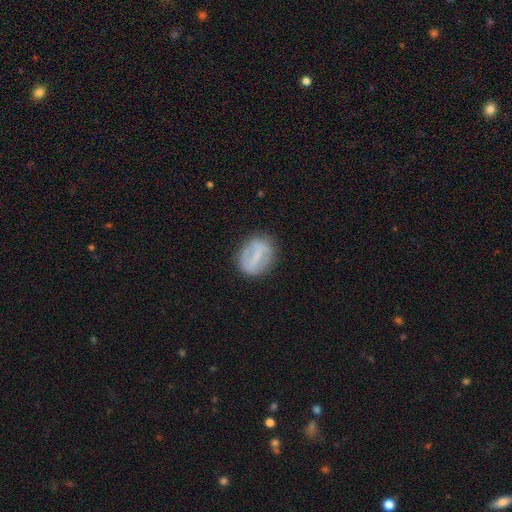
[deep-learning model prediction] Q: Smooth or featured?
A: featured or disk (49%); runner-up: smooth (43%)
Q: Merging?
A: none (80%); runner-up: minor disturbance (14%)